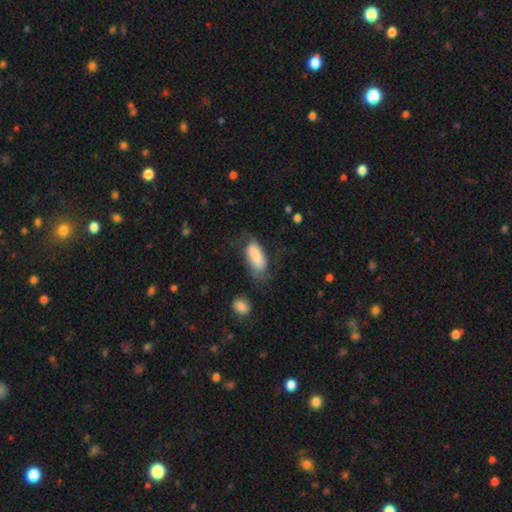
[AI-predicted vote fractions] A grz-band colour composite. It shows a smooth galaxy with no disk features (66%) that is in between round and cigar-shaped (87%). Merging: none (45%).